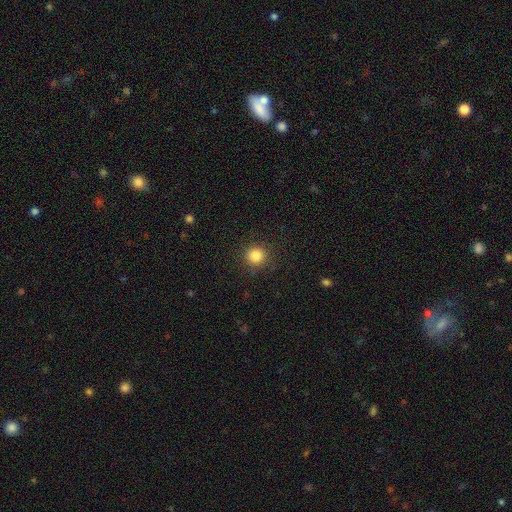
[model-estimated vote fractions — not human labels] Q: Smooth or featured?
A: smooth (84%); runner-up: star or artifact (11%)
Q: How rounded?
A: round (94%); runner-up: in between (5%)
Q: Merging?
A: none (90%); runner-up: minor disturbance (7%)